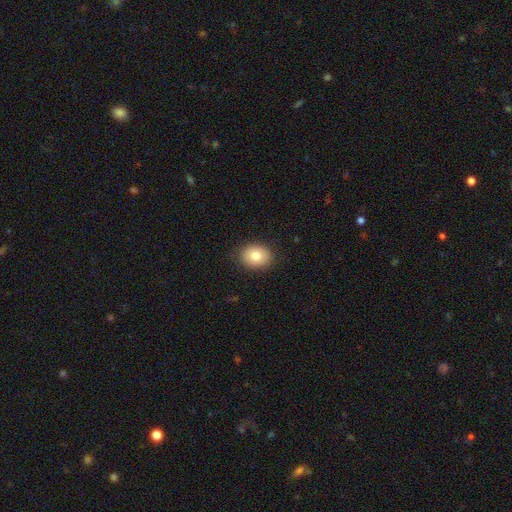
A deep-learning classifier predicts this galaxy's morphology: Smooth or featured: smooth — 80% (featured or disk — 11%)
How rounded: in between — 51% (round — 48%)
Merging: none — 88% (minor disturbance — 9%)